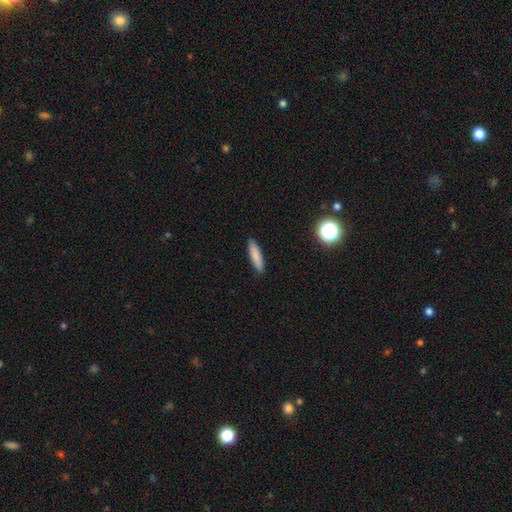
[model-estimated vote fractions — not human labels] Smooth or featured? smooth (84%)
How rounded? cigar-shaped (74%)
Merging? none (89%)